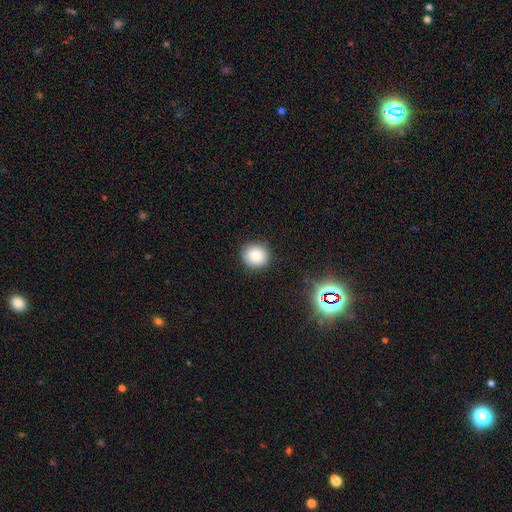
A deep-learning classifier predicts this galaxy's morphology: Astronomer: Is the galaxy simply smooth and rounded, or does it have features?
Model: smooth — 83%.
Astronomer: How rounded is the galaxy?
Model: round — 87%.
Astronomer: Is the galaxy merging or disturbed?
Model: none — 89%.